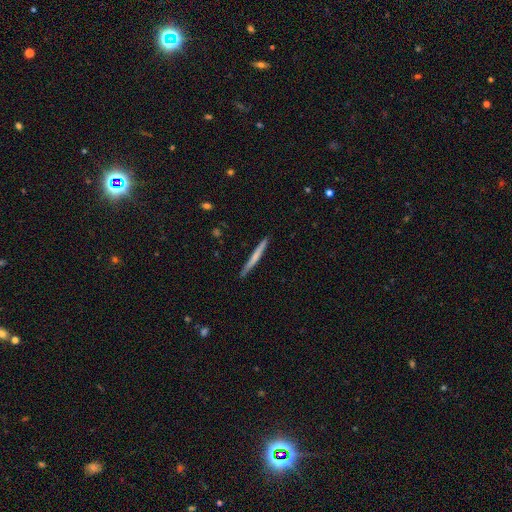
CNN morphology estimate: smooth-or-featured: smooth: 59% | featured or disk: 36% | star or artifact: 5%
  how-rounded: cigar-shaped: 97% | in between: 2% | round: 1%
  merging: none: 91% | minor disturbance: 7% | major disturbance: 1% | merger: 1%